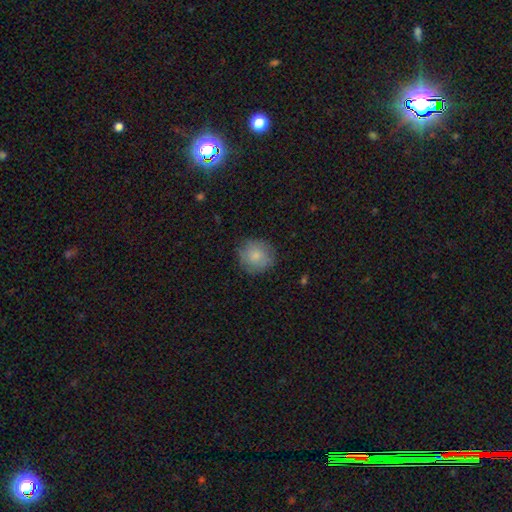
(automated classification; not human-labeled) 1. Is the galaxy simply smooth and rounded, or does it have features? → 79% smooth, 14% featured or disk, 7% star or artifact.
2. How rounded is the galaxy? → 90% round, 9% in between, 1% cigar-shaped.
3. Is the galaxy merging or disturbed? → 80% none, 15% minor disturbance, 4% major disturbance, 1% merger.